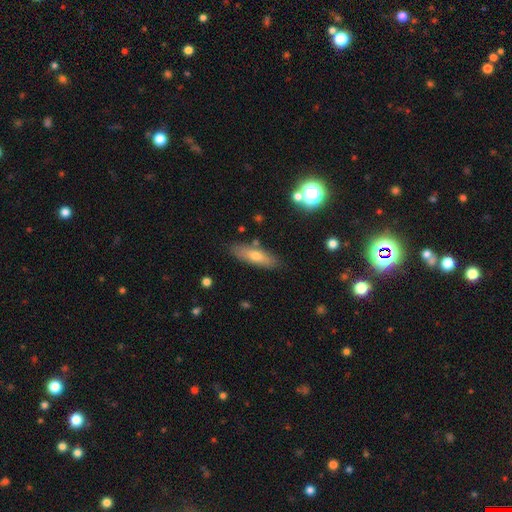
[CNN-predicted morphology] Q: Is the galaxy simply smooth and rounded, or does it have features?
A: smooth — 63%.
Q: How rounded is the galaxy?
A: cigar-shaped — 49%.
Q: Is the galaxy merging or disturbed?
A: none — 81%.